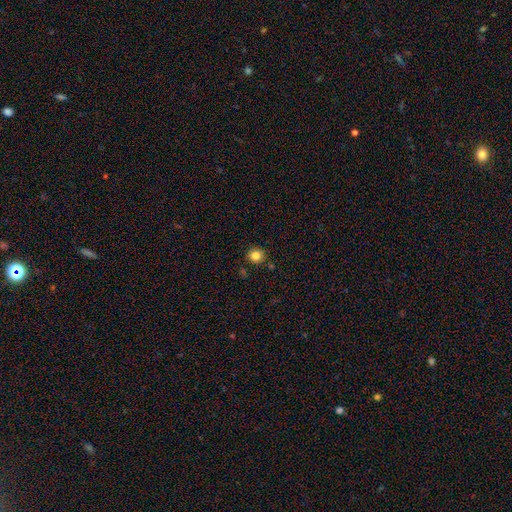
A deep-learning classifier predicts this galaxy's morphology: type=smooth (83%); roundness=round (91%); merging=none (87%).